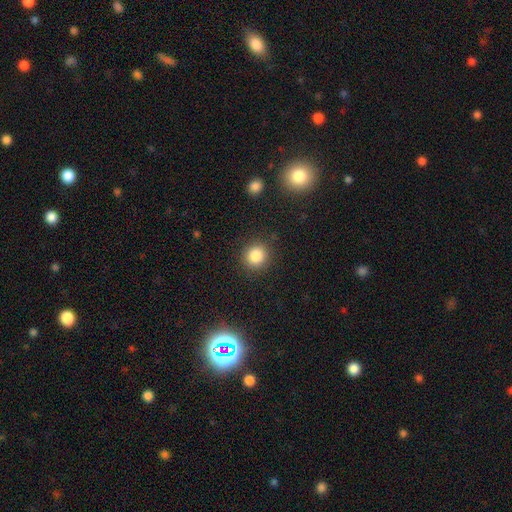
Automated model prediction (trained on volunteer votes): The model was most divided on "smooth or featured": smooth: 85%, star or artifact: 10%, featured or disk: 5%. More confident: merging — none (89%); how rounded — round (88%).